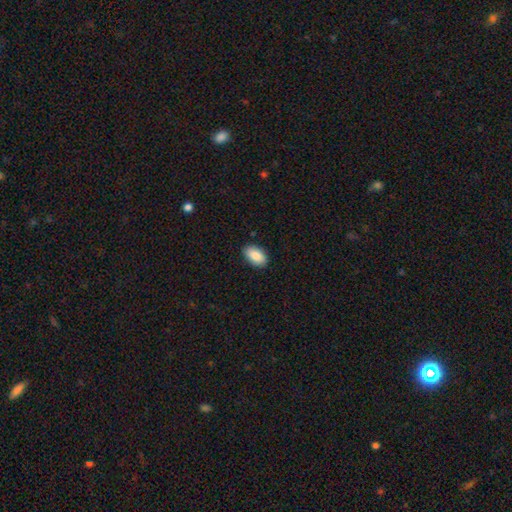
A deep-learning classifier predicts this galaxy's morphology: Smooth or featured? Predicted: smooth (p=0.87). How rounded? Predicted: in between (p=0.94). Merging? Predicted: none (p=0.88).